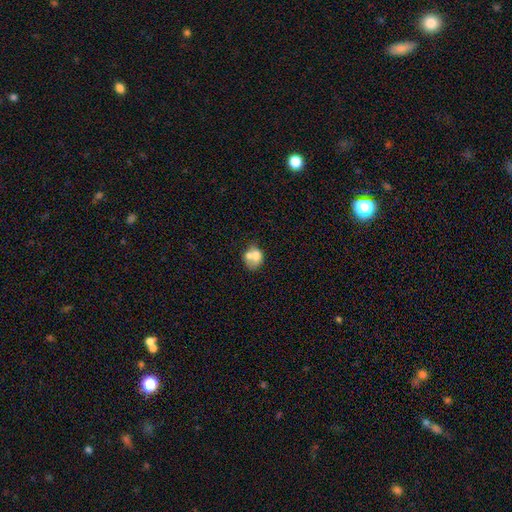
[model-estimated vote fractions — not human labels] Smooth or featured? Predicted: smooth (p=0.64). How rounded? Predicted: round (p=0.50). Merging? Predicted: merger (p=0.55).